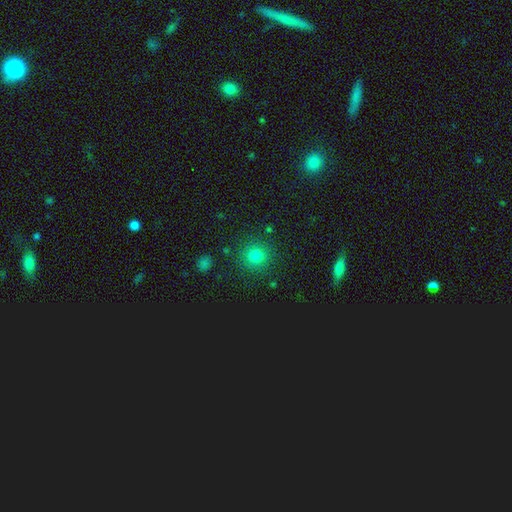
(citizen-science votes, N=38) Overall: smooth (89%). How rounded: round (94%). Merging: none (97%).